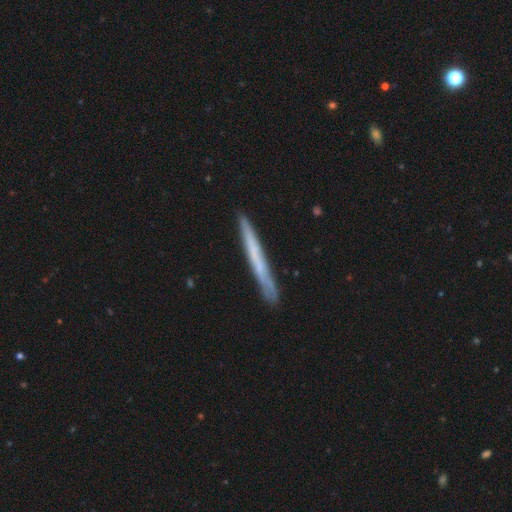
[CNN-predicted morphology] smooth-or-featured: smooth: 48% | featured or disk: 46% | star or artifact: 6%
  merging: none: 87% | minor disturbance: 10% | major disturbance: 2% | merger: 1%